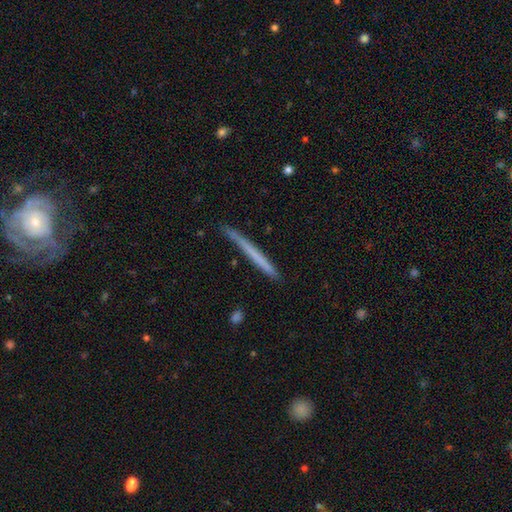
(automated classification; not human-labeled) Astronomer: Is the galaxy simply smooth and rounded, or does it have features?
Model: smooth — 57% (runner-up: featured or disk, 37%).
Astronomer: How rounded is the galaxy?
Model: cigar-shaped — 97%.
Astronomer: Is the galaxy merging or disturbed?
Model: none — 83%.